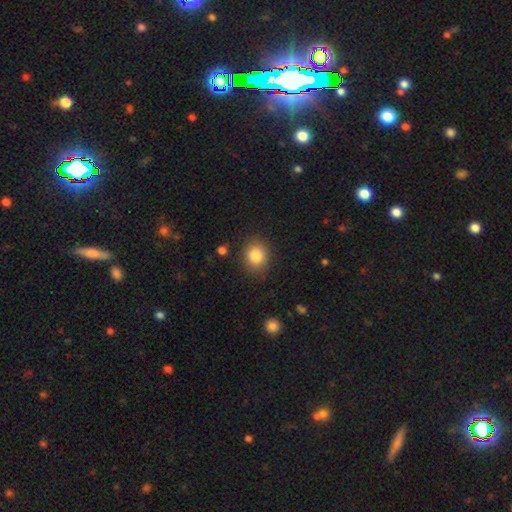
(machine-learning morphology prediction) Smooth or featured?
  - smooth: 84% *
  - star or artifact: 10%
  - featured or disk: 6%
How rounded?
  - round: 71% *
  - in between: 28%
  - cigar-shaped: 1%
Merging?
  - none: 85% *
  - minor disturbance: 10%
  - major disturbance: 3%
  - merger: 2%